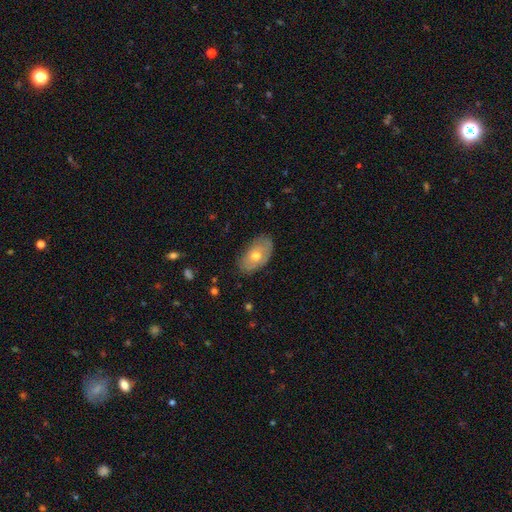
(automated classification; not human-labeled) Overall: smooth (58%; featured or disk 35%). How rounded: in between (92%). Merging: none (79%).